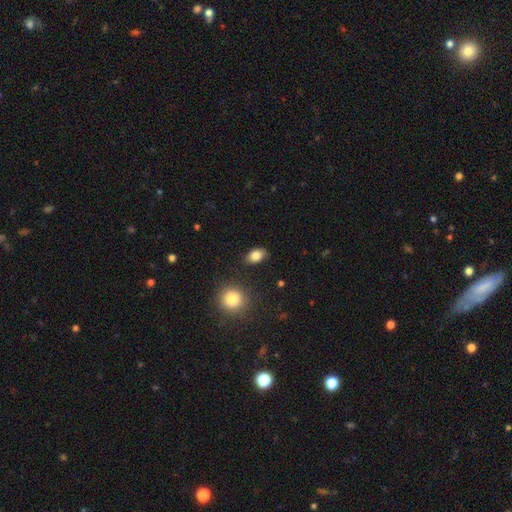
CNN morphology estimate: A smooth galaxy with no disk features (83%) that is in between round and cigar-shaped (84%). Merging: none (84%).